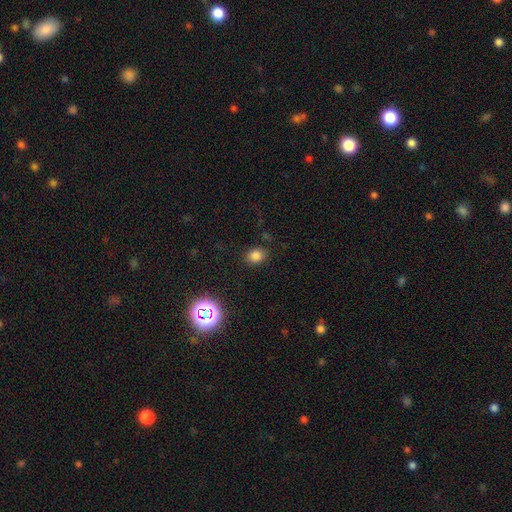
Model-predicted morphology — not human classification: Smooth or featured: smooth — 79% (star or artifact — 16%)
How rounded: round — 57% (in between — 42%)
Merging: none — 84% (minor disturbance — 11%)